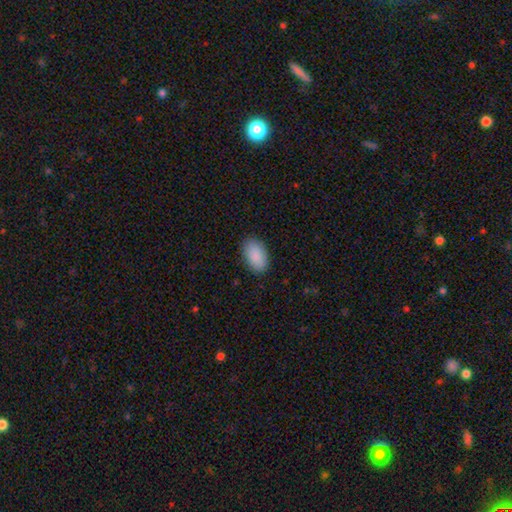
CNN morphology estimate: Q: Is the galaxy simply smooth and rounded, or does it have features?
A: smooth — 90%.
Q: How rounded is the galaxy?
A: in between — 94%.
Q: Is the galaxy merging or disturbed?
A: none — 87%.